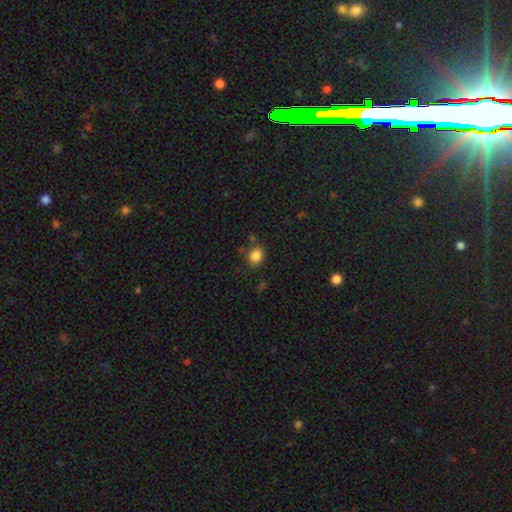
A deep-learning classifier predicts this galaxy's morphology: Smooth or featured: smooth — 84% (star or artifact — 11%)
How rounded: round — 65% (in between — 34%)
Merging: none — 79% (minor disturbance — 13%)